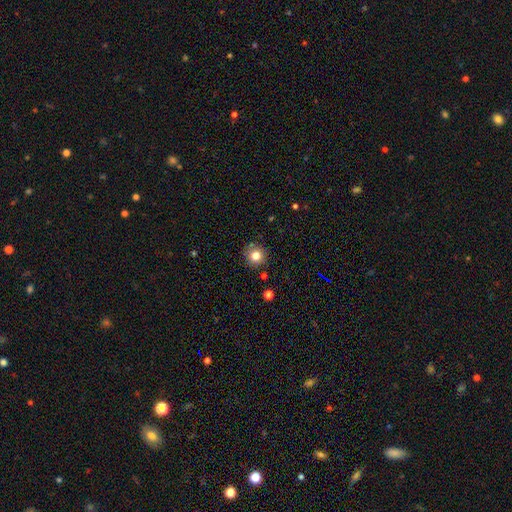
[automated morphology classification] smooth_or_featured: smooth (p=0.80) [alt: star or artifact p=0.12]
how_rounded: round (p=0.93) [alt: in between p=0.06]
merging: none (p=0.86) [alt: minor disturbance p=0.09]